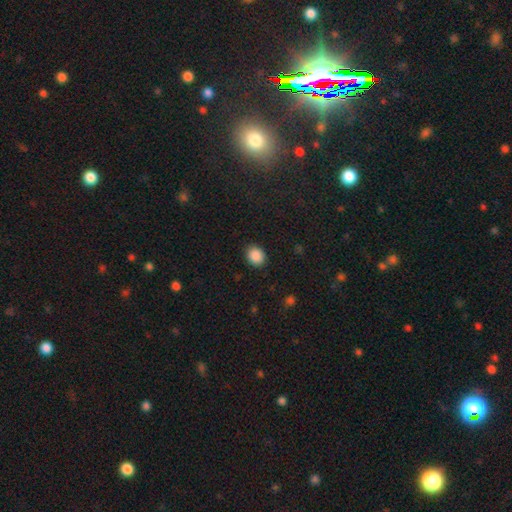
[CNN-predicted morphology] smooth-or-featured: smooth: 88% | star or artifact: 9% | featured or disk: 3%
  how-rounded: round: 60% | in between: 39% | cigar-shaped: 1%
  merging: none: 89% | minor disturbance: 8% | major disturbance: 2% | merger: 1%